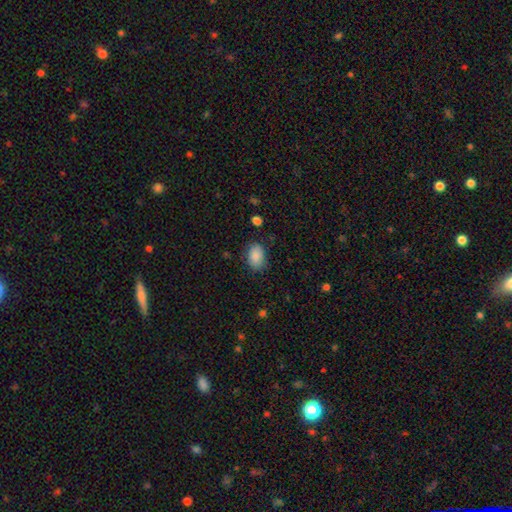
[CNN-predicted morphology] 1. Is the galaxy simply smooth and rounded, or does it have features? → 87% smooth, 8% star or artifact, 6% featured or disk.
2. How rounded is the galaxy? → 81% in between, 18% round, 1% cigar-shaped.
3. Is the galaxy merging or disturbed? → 79% none, 16% minor disturbance, 4% major disturbance, 1% merger.